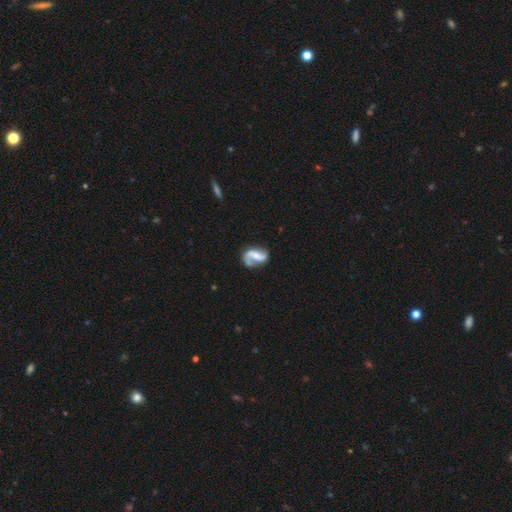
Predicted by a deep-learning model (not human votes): Overall: featured or disk (79%). Edge-on disk: no (97%). Bar: weak (39%; no 31%). Spiral arms: yes (91%). Spiral arm count: 2 (76%). Spiral winding: loose (55%; medium 34%). Bulge size: small (38%; moderate 31%). Merging: none (57%; minor disturbance 21%).